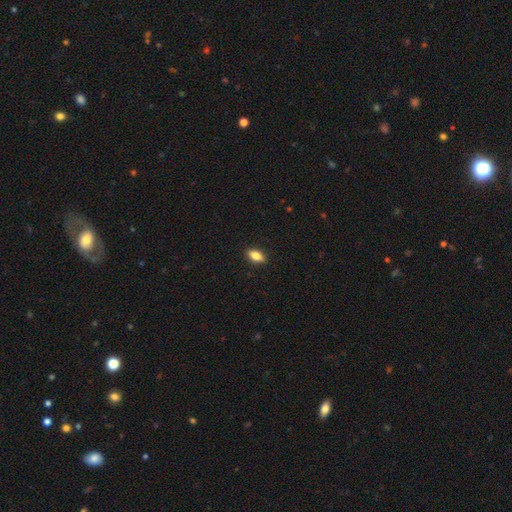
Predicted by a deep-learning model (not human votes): smooth_or_featured: smooth (p=0.78) [alt: featured or disk p=0.14]
how_rounded: in between (p=0.85) [alt: cigar-shaped p=0.11]
merging: none (p=0.90) [alt: minor disturbance p=0.08]